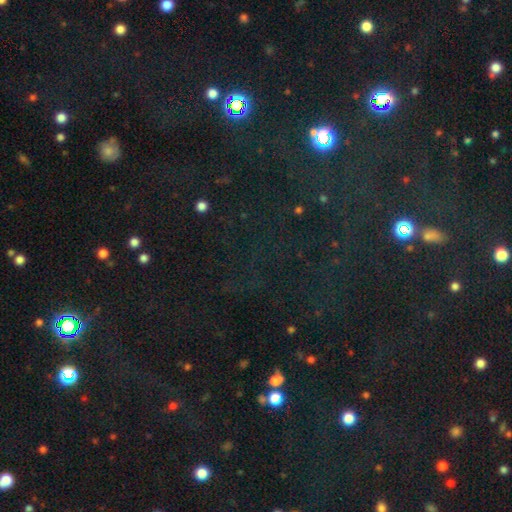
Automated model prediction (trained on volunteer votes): Q: Smooth or featured?
A: star or artifact (75%); runner-up: smooth (16%)